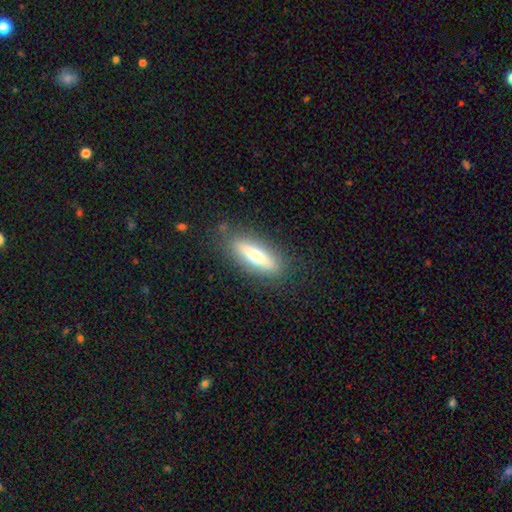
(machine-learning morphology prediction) Smooth or featured? Predicted: smooth (p=0.56). How rounded? Predicted: cigar-shaped (p=0.50). Merging? Predicted: none (p=0.83).